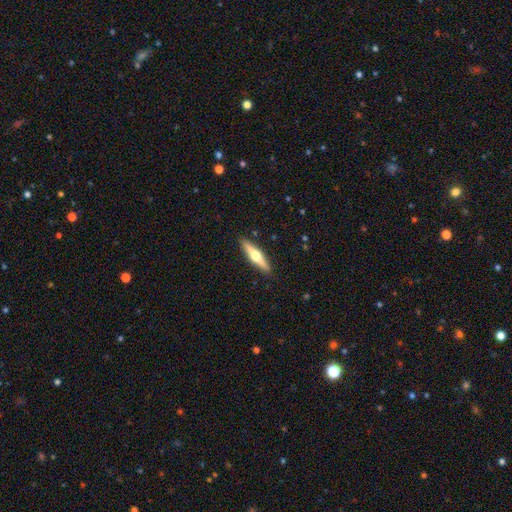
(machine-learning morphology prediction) This appears to be a featured or disk galaxy (57%) viewed edge-on (95%) with a rounded central bulge (94%). Merging: none (91%).